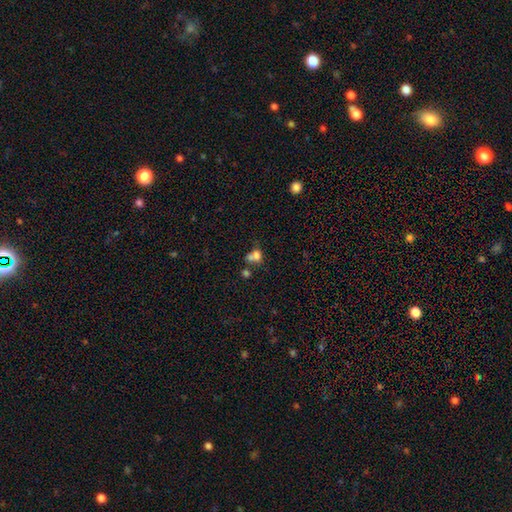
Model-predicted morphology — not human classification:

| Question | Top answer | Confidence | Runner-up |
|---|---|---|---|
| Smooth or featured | smooth | 70% | featured or disk (15%) |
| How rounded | round | 51% | in between (47%) |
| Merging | merger | 55% | none (27%) |